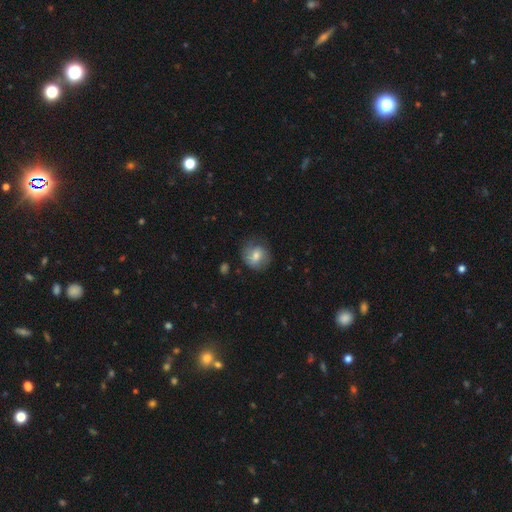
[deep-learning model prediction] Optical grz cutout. It shows a smooth galaxy with no disk features (61%) that is round (80%). Merging: none (70%).